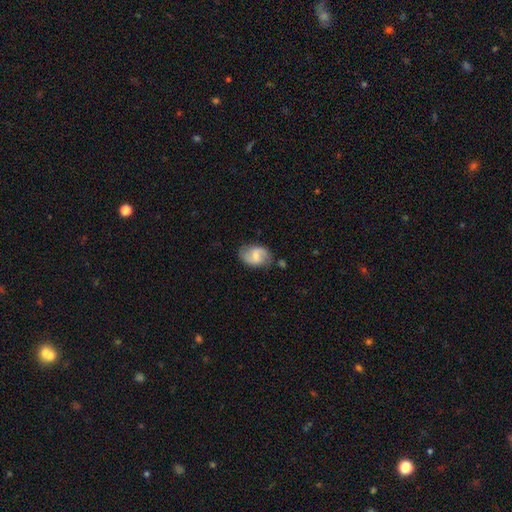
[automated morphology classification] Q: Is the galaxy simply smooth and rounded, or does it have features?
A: featured or disk — 58%.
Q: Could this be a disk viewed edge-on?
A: no — 97%.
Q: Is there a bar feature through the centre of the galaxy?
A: weak — 56%.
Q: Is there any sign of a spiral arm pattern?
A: yes — 88%.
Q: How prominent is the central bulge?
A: small — 42%.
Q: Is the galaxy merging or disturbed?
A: none — 72%.